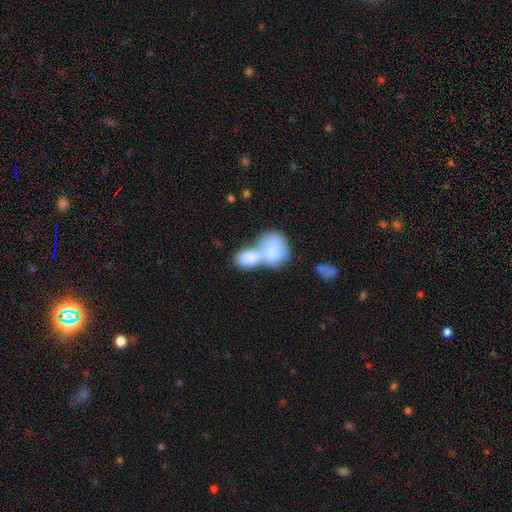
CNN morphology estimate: smooth_or_featured: smooth (p=0.73) [alt: featured or disk p=0.19]
how_rounded: in between (p=0.69) [alt: round p=0.29]
merging: merger (p=0.78) [alt: none p=0.12]